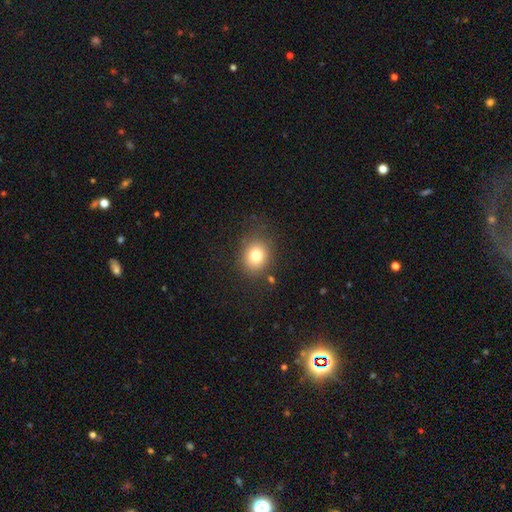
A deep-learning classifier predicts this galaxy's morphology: This is likely a smooth galaxy (78%). How rounded: likely round (70%). Merging: clearly none (83%).